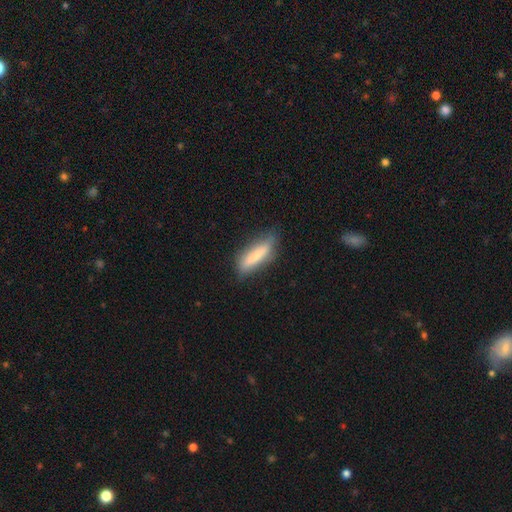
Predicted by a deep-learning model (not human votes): The model was most divided on "how rounded": cigar-shaped: 69%, in between: 30%, round: 2%. More confident: merging — none (73%); smooth or featured — smooth (73%).